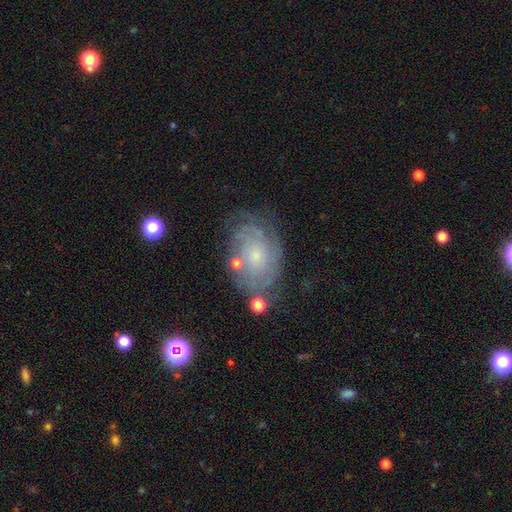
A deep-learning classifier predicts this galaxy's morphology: Smooth or featured: featured or disk — 70% (smooth — 20%)
Edge-on disk: no — 96% (yes — 4%)
Bar: no — 81% (weak — 17%)
Spiral arms: yes — 86% (no — 14%)
Spiral winding: tight — 68% (medium — 23%)
Spiral arm count: can't tell — 57% (2 — 14%)
Bulge size: small — 72% (moderate — 20%)
Merging: none — 65% (minor disturbance — 21%)